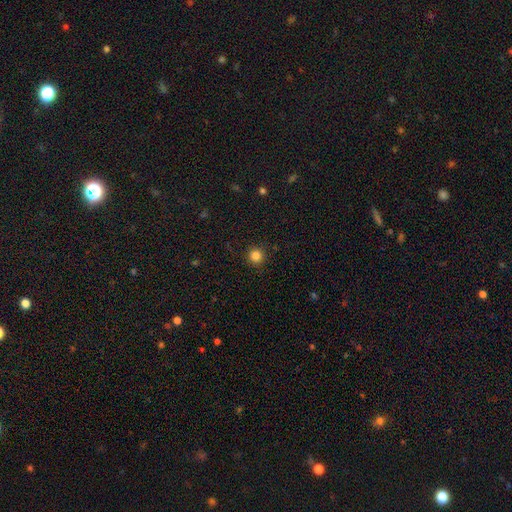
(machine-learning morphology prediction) Smooth or featured: smooth — 84% (star or artifact — 12%)
How rounded: round — 95% (in between — 4%)
Merging: none — 92% (minor disturbance — 5%)